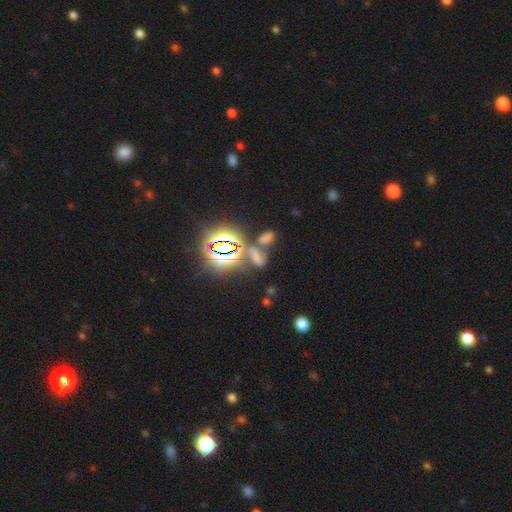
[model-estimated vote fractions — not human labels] Smooth or featured: star or artifact — 48% (smooth — 40%)